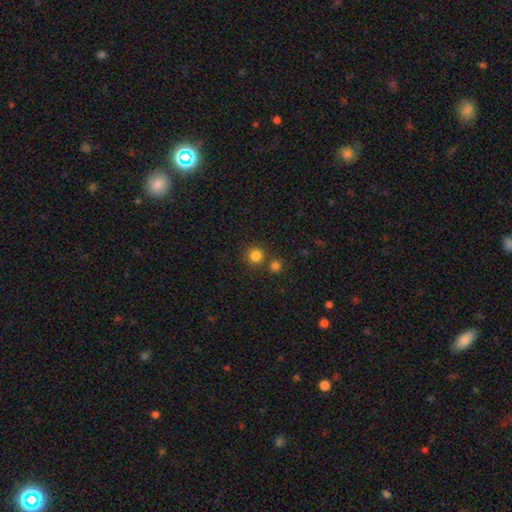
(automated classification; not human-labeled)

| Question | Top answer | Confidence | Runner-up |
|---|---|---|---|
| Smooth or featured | smooth | 82% | star or artifact (13%) |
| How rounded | round | 93% | in between (6%) |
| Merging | none | 76% | merger (15%) |